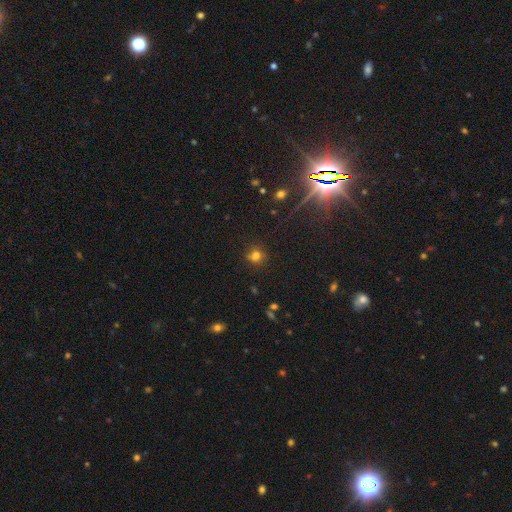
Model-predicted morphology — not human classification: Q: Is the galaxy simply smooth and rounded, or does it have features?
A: smooth — 74%.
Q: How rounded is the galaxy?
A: round — 85%.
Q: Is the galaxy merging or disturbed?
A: none — 82%.